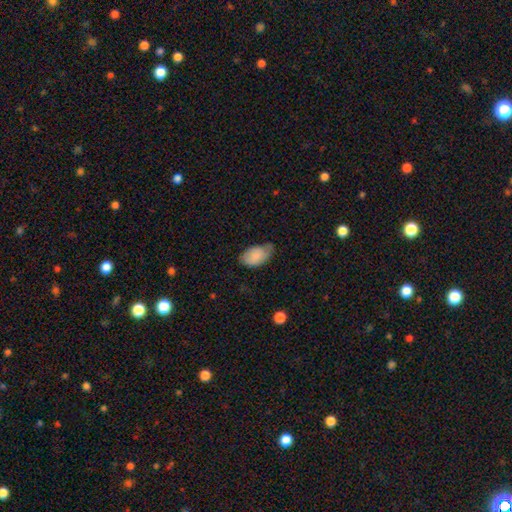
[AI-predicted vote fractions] A smooth galaxy with no disk features (85%) that is in between round and cigar-shaped (94%). Merging: none (55%).